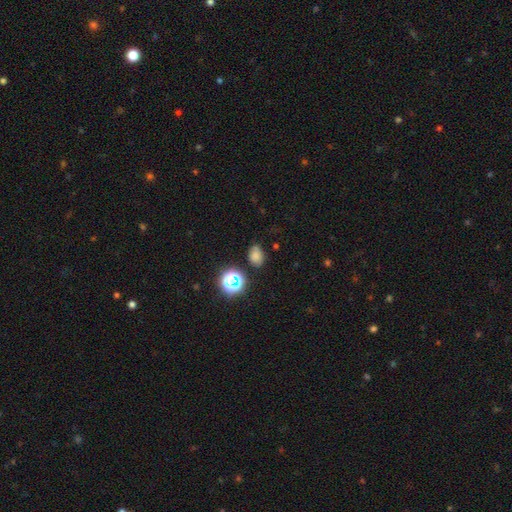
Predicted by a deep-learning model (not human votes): Q: Smooth or featured?
A: smooth (73%); runner-up: star or artifact (20%)
Q: How rounded?
A: in between (67%); runner-up: round (32%)
Q: Merging?
A: none (70%); runner-up: minor disturbance (21%)